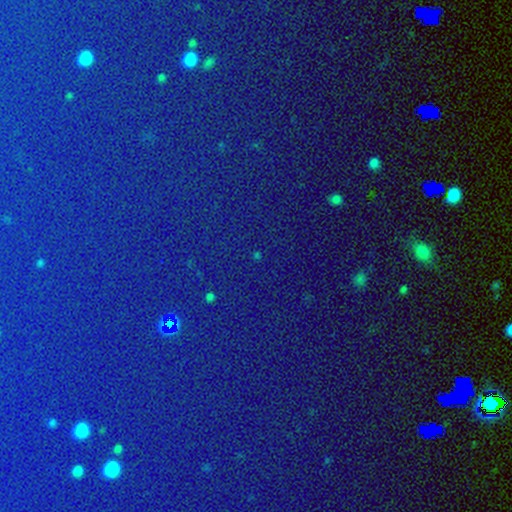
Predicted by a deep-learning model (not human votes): A star or artifact, not a galaxy (80%).